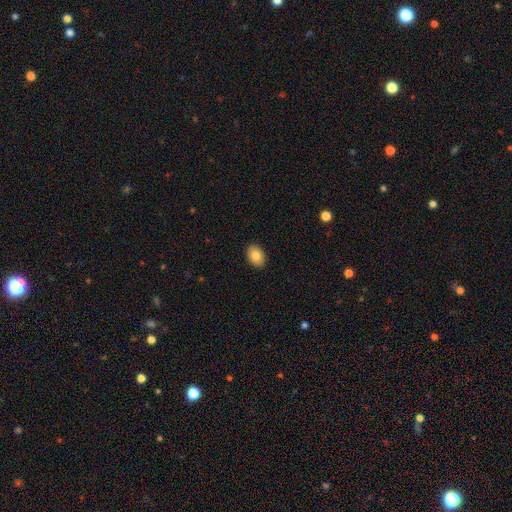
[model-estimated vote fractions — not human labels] This is clearly a smooth galaxy (83%). How rounded: likely in between (79%). Merging: clearly none (90%).